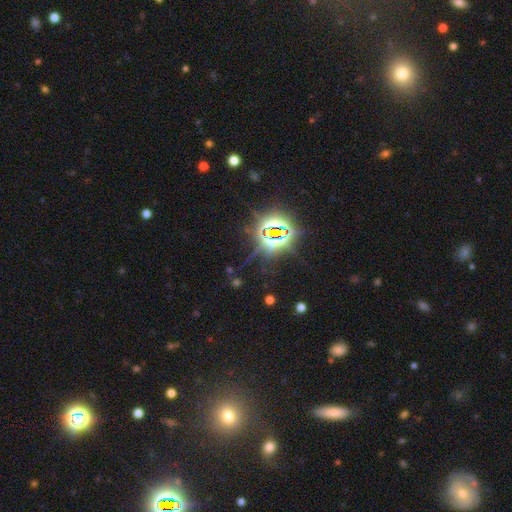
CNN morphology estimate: Overall: star or artifact (77%).